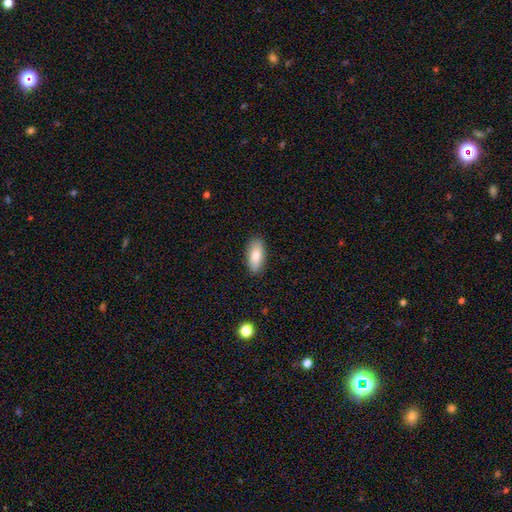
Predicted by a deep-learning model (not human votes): Q: Smooth or featured?
A: smooth (82%); runner-up: featured or disk (11%)
Q: How rounded?
A: in between (85%); runner-up: cigar-shaped (12%)
Q: Merging?
A: none (88%); runner-up: minor disturbance (9%)